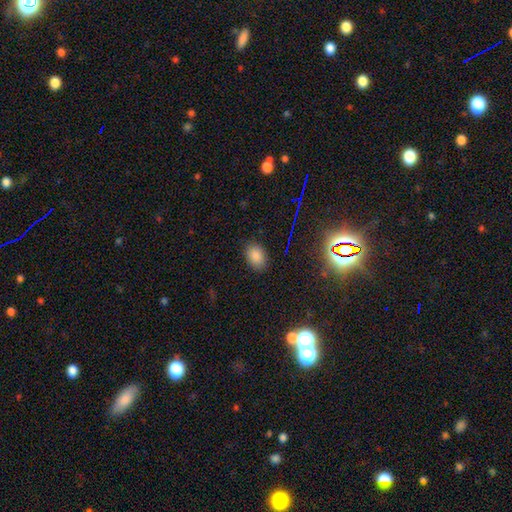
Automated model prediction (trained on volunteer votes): Morphology: type=smooth (83%); roundness=in between (80%); merging=none (86%).